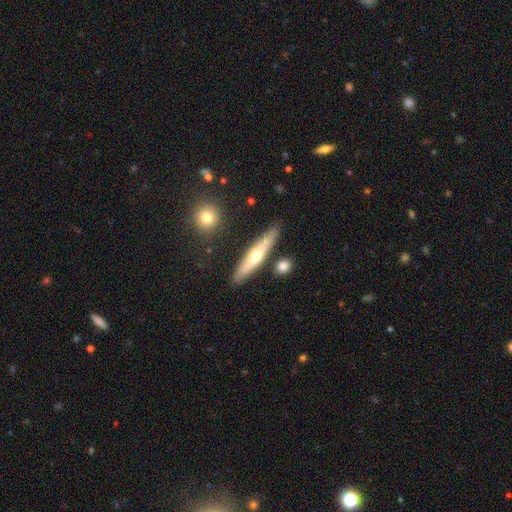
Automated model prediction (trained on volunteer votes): The model was most divided on "smooth or featured": featured or disk: 48%, smooth: 46%, star or artifact: 6%. More confident: merging — none (84%).